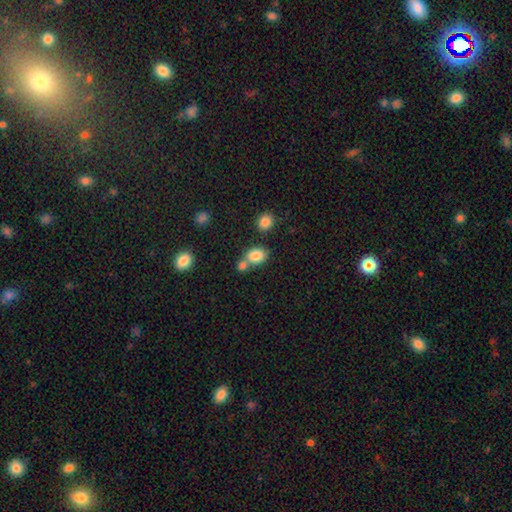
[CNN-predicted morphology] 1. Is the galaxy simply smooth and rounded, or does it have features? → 83% smooth, 9% star or artifact, 8% featured or disk.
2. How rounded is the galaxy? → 58% in between, 41% round, 1% cigar-shaped.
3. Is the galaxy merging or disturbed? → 47% none, 40% merger, 10% minor disturbance, 3% major disturbance.